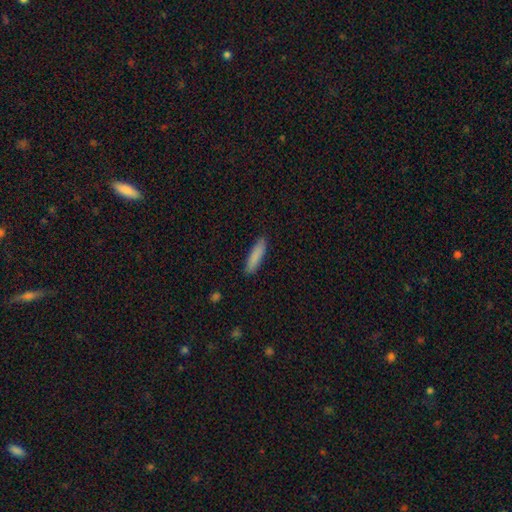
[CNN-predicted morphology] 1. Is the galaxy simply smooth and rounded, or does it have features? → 86% smooth, 8% featured or disk, 6% star or artifact.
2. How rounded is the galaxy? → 77% cigar-shaped, 22% in between, 1% round.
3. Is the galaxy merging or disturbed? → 89% none, 8% minor disturbance, 2% major disturbance, 1% merger.